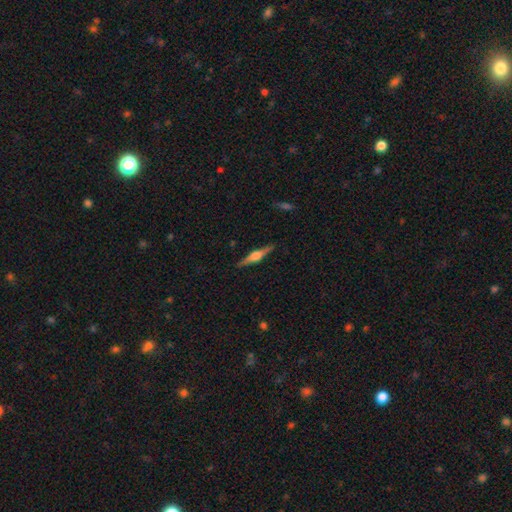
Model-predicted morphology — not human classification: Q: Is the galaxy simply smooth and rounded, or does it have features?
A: featured or disk — 76%.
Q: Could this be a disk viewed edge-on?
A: yes — 98%.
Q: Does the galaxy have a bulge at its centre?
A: rounded — 85%.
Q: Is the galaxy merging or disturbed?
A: none — 89%.